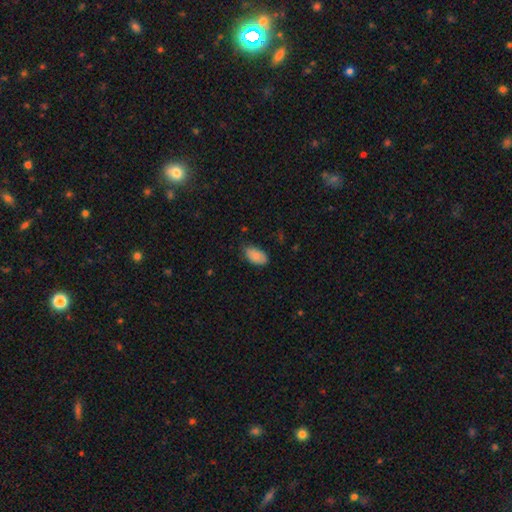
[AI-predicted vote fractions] Smooth or featured?
  - smooth: 83% *
  - featured or disk: 10%
  - star or artifact: 7%
How rounded?
  - in between: 94% *
  - round: 4%
  - cigar-shaped: 2%
Merging?
  - none: 70% *
  - minor disturbance: 25%
  - major disturbance: 4%
  - merger: 1%